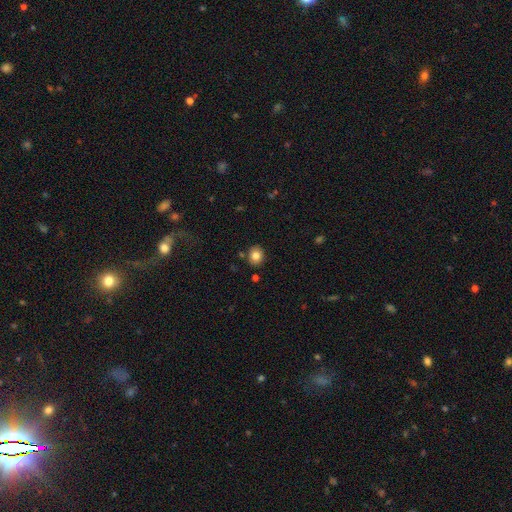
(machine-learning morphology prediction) Q: Smooth or featured?
A: smooth (81%); runner-up: star or artifact (10%)
Q: How rounded?
A: round (70%); runner-up: in between (29%)
Q: Merging?
A: none (86%); runner-up: minor disturbance (9%)